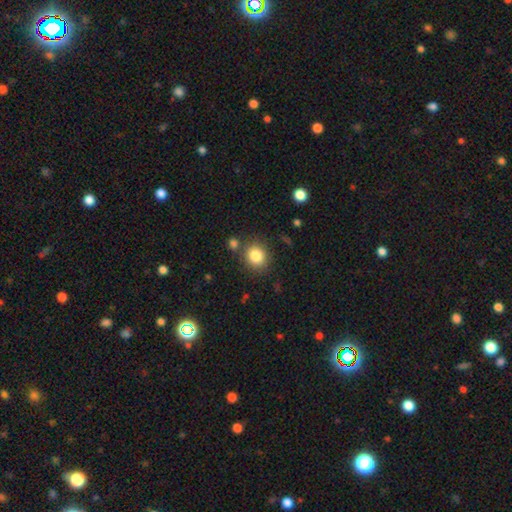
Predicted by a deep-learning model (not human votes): Smooth or featured?
  - smooth: 84% *
  - star or artifact: 10%
  - featured or disk: 6%
How rounded?
  - round: 75% *
  - in between: 24%
  - cigar-shaped: 1%
Merging?
  - none: 79% *
  - minor disturbance: 10%
  - merger: 7%
  - major disturbance: 3%